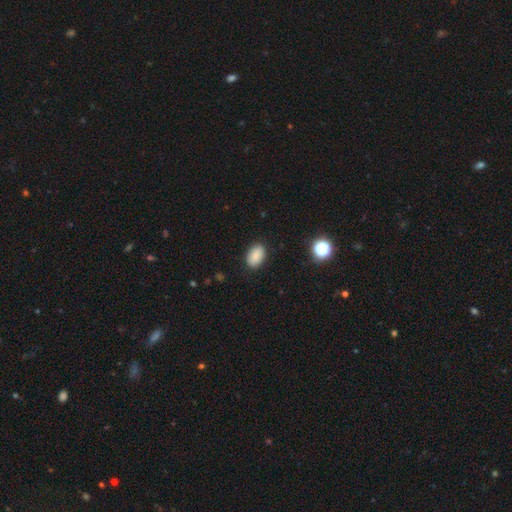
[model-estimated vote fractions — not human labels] Smooth or featured: smooth — 88% (star or artifact — 9%)
How rounded: in between — 89% (round — 10%)
Merging: none — 88% (minor disturbance — 9%)